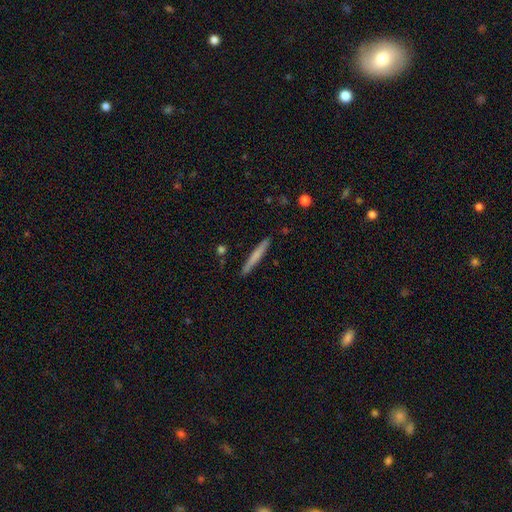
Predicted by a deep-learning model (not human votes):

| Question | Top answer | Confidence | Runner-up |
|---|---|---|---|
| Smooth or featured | smooth | 66% | featured or disk (29%) |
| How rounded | cigar-shaped | 96% | in between (2%) |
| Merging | none | 90% | minor disturbance (7%) |